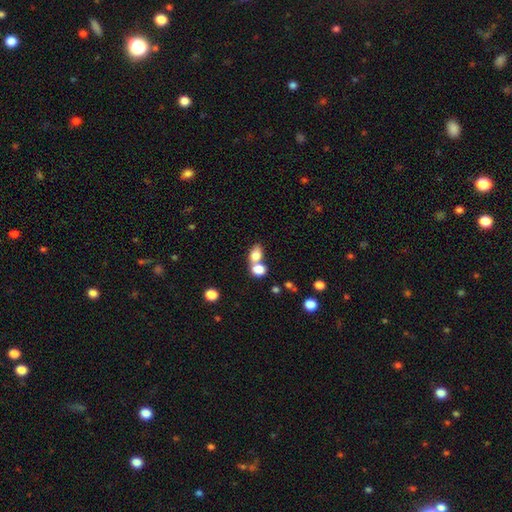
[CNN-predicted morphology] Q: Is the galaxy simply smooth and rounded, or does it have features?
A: smooth — 79%.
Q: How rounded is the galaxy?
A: in between — 69%.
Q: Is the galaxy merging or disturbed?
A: merger — 58%.